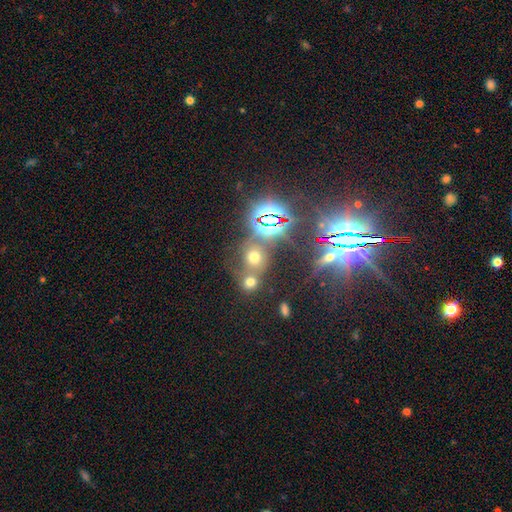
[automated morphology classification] This is likely a star or artifact rather than a galaxy (73%).